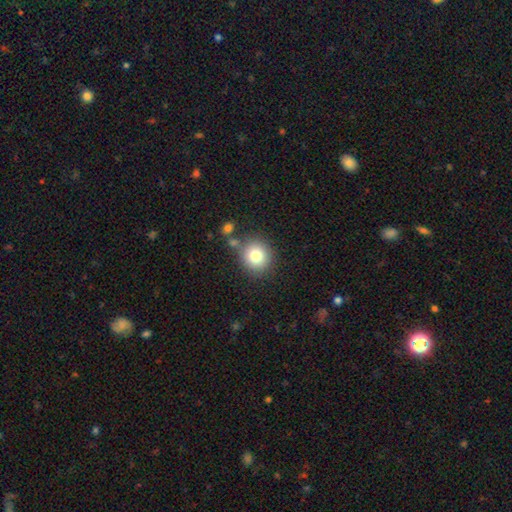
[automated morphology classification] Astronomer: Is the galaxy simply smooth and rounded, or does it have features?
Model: smooth — 79%.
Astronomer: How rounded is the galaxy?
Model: round — 89%.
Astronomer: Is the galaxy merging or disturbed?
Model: none — 78%.